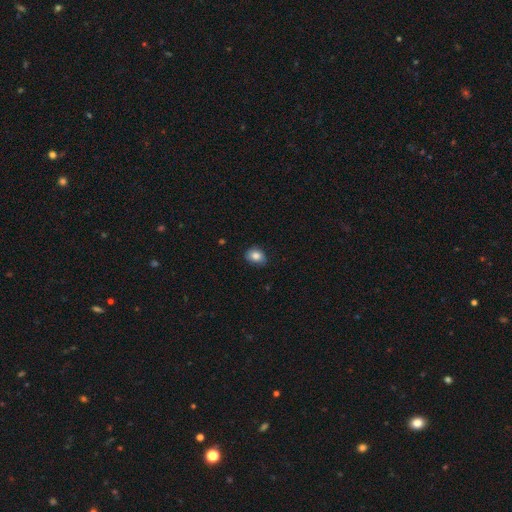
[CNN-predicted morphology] smooth-or-featured: smooth: 84% | star or artifact: 8% | featured or disk: 7%
  how-rounded: in between: 58% | round: 41% | cigar-shaped: 1%
  merging: none: 80% | minor disturbance: 16% | major disturbance: 3% | merger: 1%